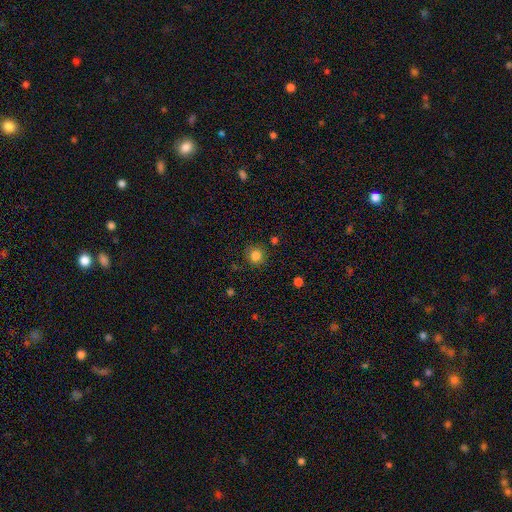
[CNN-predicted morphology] Overall: smooth (83%). How rounded: round (91%). Merging: none (84%).